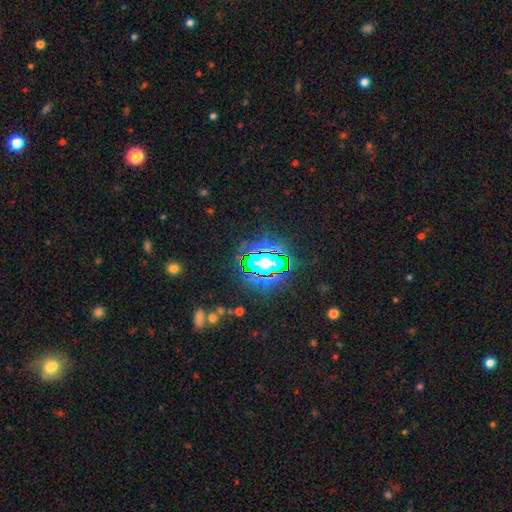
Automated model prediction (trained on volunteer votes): smooth_or_featured: star or artifact (p=0.82) [alt: smooth p=0.11]